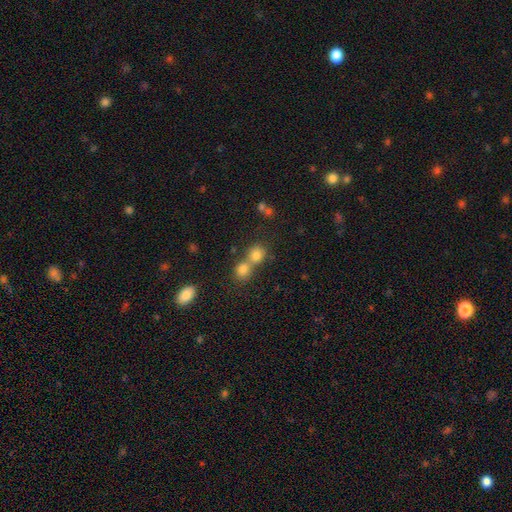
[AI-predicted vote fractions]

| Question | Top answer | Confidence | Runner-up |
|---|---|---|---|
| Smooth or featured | smooth | 75% | star or artifact (16%) |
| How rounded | round | 81% | in between (18%) |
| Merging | merger | 50% | none (42%) |